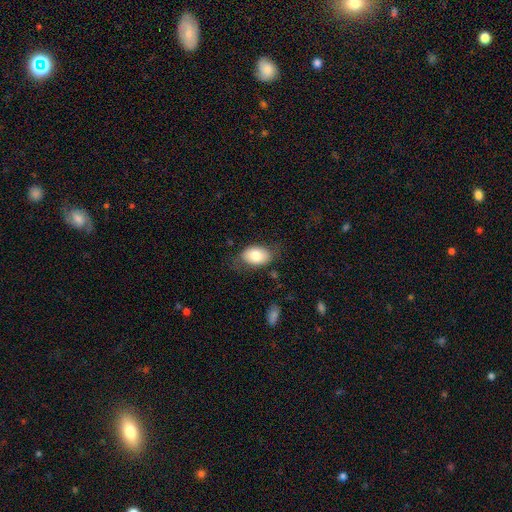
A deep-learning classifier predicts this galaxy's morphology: The model was most divided on "merging": none: 70%, minor disturbance: 20%, major disturbance: 7%, merger: 2%. More confident: how rounded — in between (88%); smooth or featured — smooth (78%).